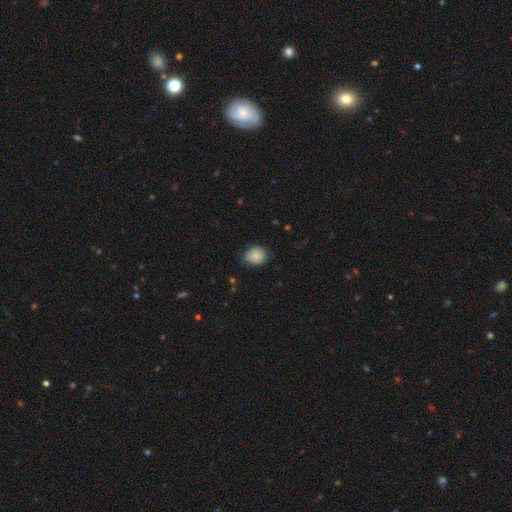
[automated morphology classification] smooth 81%, featured or disk 11%, star or artifact 8%. Down the decision tree: how rounded — round (70%); merging — none (66%).